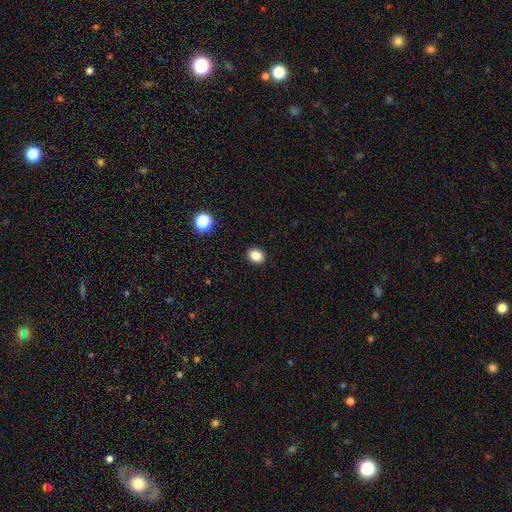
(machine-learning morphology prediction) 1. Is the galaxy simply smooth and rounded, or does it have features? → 85% smooth, 11% star or artifact, 4% featured or disk.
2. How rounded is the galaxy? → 51% round, 48% in between, 1% cigar-shaped.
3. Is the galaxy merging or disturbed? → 91% none, 6% minor disturbance, 2% major disturbance, 1% merger.